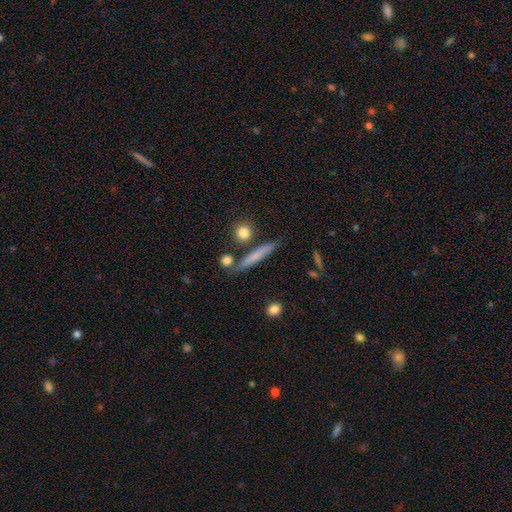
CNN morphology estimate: Smooth or featured: smooth — 65% (featured or disk — 27%)
How rounded: cigar-shaped — 87% (in between — 7%)
Merging: none — 80% (minor disturbance — 11%)